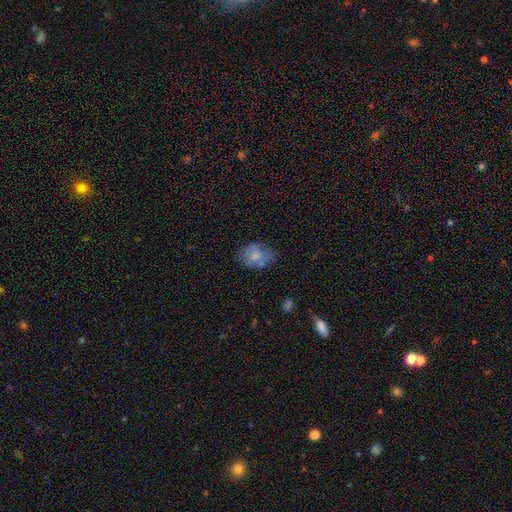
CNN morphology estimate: Smooth or featured? smooth (64%)
How rounded? in between (70%)
Merging? none (56%)